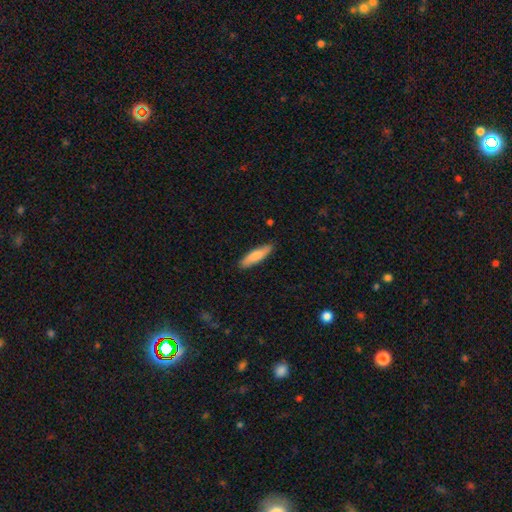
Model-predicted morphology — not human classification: Overall: smooth (78%). How rounded: cigar-shaped (70%). Merging: none (86%).